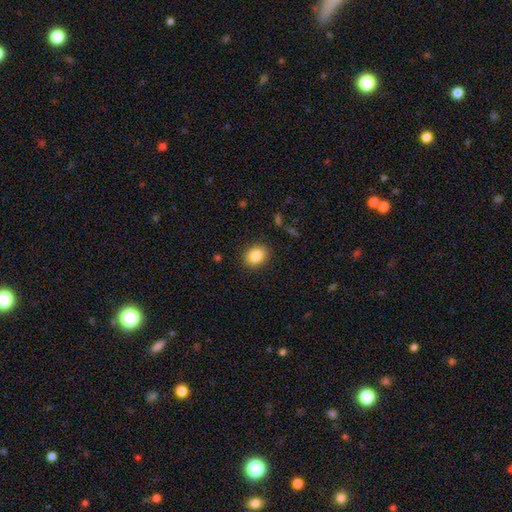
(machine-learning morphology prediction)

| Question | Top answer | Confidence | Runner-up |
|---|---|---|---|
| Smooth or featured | smooth | 86% | star or artifact (9%) |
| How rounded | round | 50% | in between (49%) |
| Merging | none | 88% | minor disturbance (8%) |